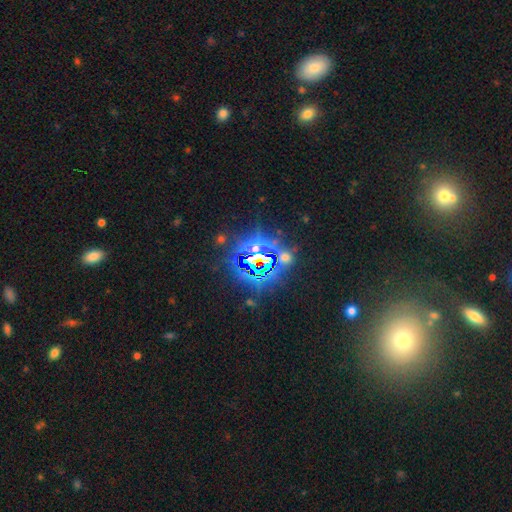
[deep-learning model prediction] Morphology: type=star or artifact (82%).